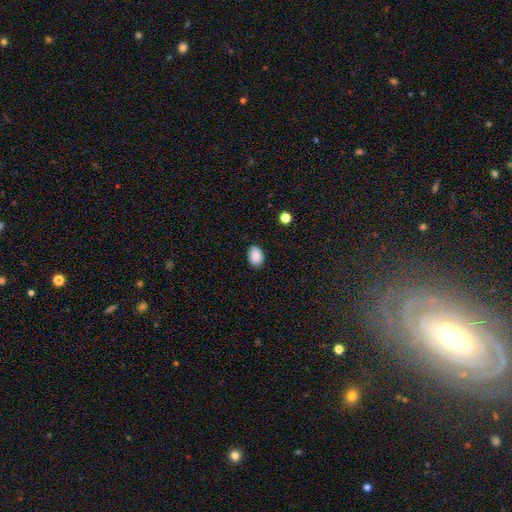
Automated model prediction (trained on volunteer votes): Smooth or featured?
  - smooth: 89% *
  - star or artifact: 8%
  - featured or disk: 3%
How rounded?
  - in between: 82% *
  - round: 17%
  - cigar-shaped: 1%
Merging?
  - none: 84% *
  - minor disturbance: 12%
  - major disturbance: 2%
  - merger: 1%